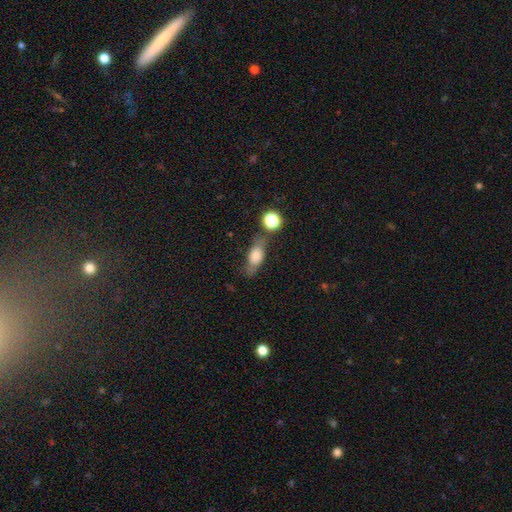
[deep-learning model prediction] Smooth or featured? smooth (70%)
How rounded? in between (70%)
Merging? none (58%)